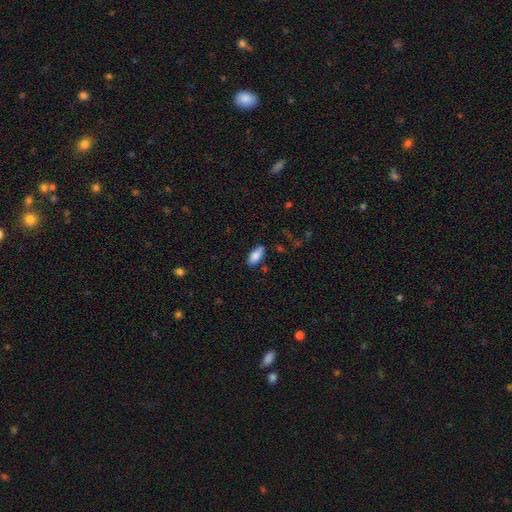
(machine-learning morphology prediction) Smooth or featured? smooth (85%)
How rounded? in between (87%)
Merging? none (80%)